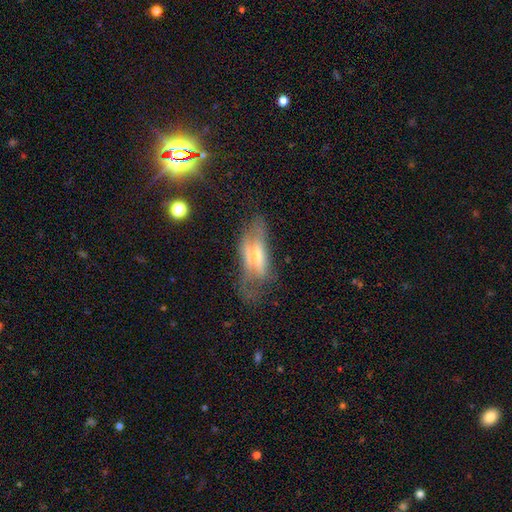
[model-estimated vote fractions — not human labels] Smooth or featured? Predicted: featured or disk (p=0.57). Edge-on disk? Predicted: yes (p=0.56). Merging? Predicted: none (p=0.45).